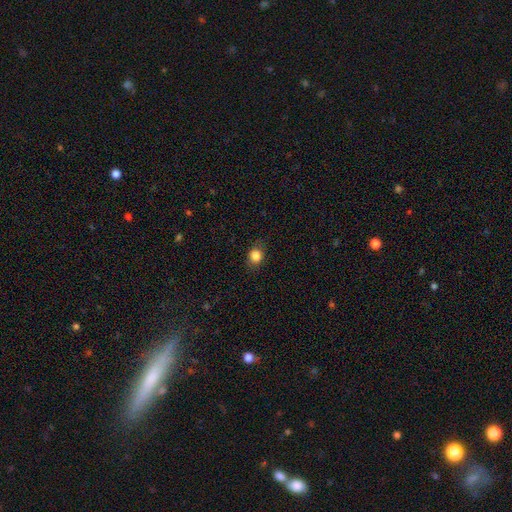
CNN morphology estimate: smooth-or-featured: smooth: 83% | star or artifact: 11% | featured or disk: 6%
  how-rounded: round: 65% | in between: 34% | cigar-shaped: 1%
  merging: none: 82% | minor disturbance: 13% | major disturbance: 4% | merger: 1%